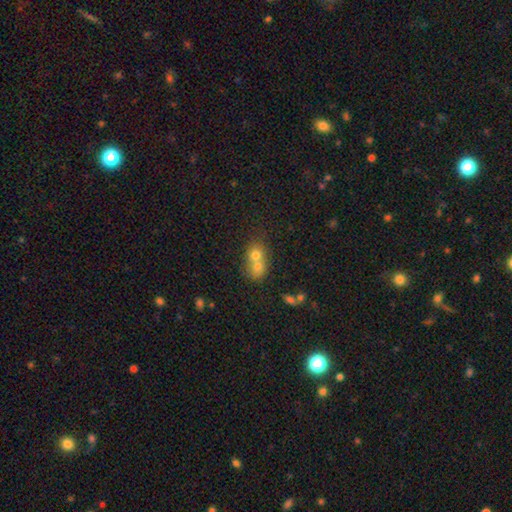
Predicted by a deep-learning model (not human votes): Smooth or featured? smooth (69%)
How rounded? round (63%)
Merging? merger (69%)